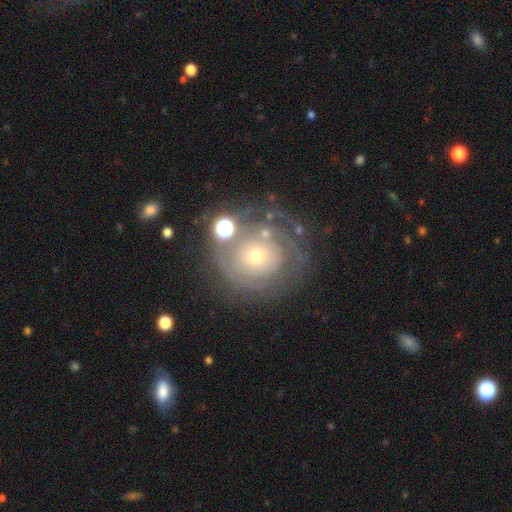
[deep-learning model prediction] The model was most divided on "bulge size": small: 63%, moderate: 31%, large: 3%, dominant: 1%, none: 1%. More confident: edge-on disk — no (97%); bar — no (88%); spiral arms — yes (72%); smooth or featured — featured or disk (69%); merging — none (68%).